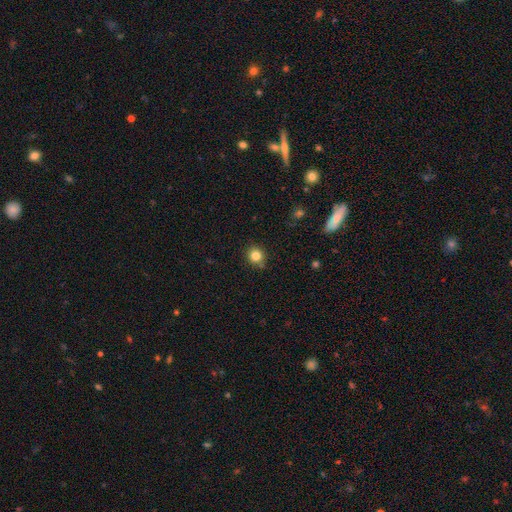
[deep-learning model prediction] A smooth galaxy with no disk features (83%) that is round (88%). Merging: none (84%).